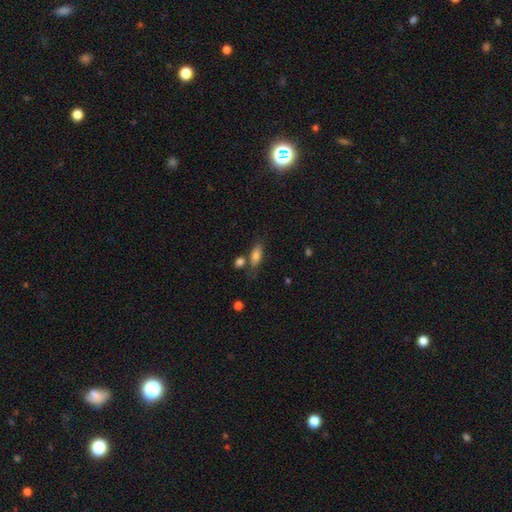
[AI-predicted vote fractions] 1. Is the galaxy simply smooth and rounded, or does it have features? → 79% smooth, 13% featured or disk, 8% star or artifact.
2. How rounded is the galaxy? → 73% in between, 23% cigar-shaped, 4% round.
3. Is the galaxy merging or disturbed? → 63% none, 17% minor disturbance, 15% merger, 6% major disturbance.